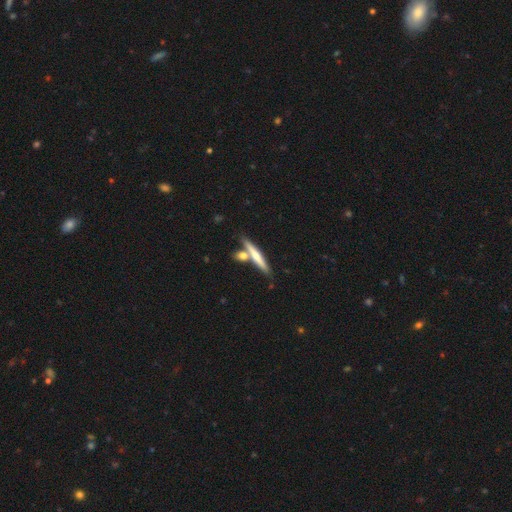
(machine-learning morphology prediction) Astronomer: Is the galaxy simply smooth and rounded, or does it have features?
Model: smooth — 53% (runner-up: featured or disk, 41%).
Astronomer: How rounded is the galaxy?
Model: cigar-shaped — 90%.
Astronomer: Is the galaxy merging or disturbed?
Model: none — 69%.